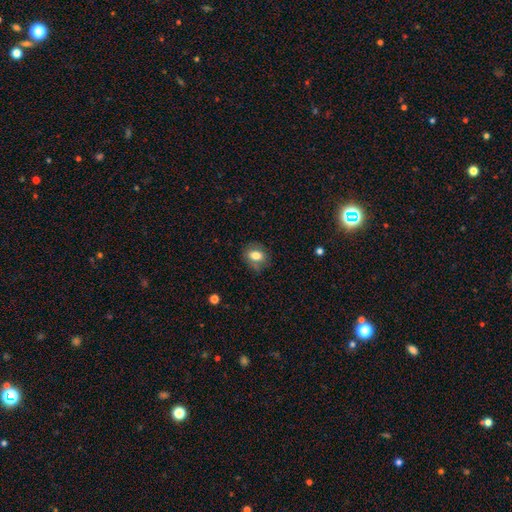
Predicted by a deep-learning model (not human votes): Smooth or featured? Predicted: smooth (p=0.74). How rounded? Predicted: in between (p=0.63). Merging? Predicted: none (p=0.74).